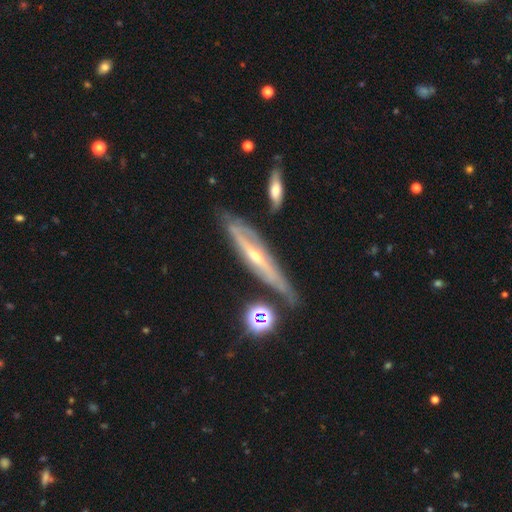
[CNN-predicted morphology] A featured or disk galaxy (80%) viewed edge-on (65%) with a rounded central bulge (77%). Merging: none (69%).